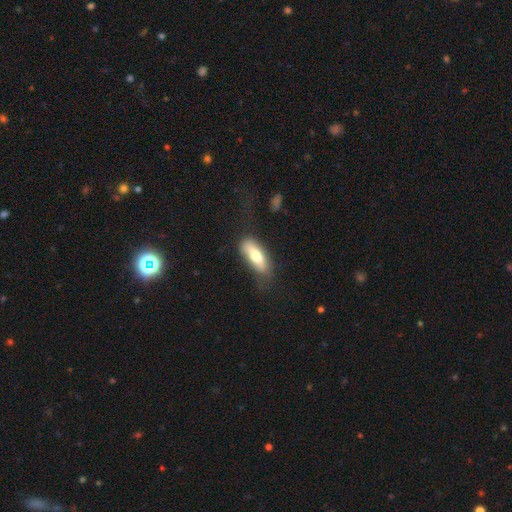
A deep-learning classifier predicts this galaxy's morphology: type=smooth (71%); roundness=in between (70%); merging=none (63%).